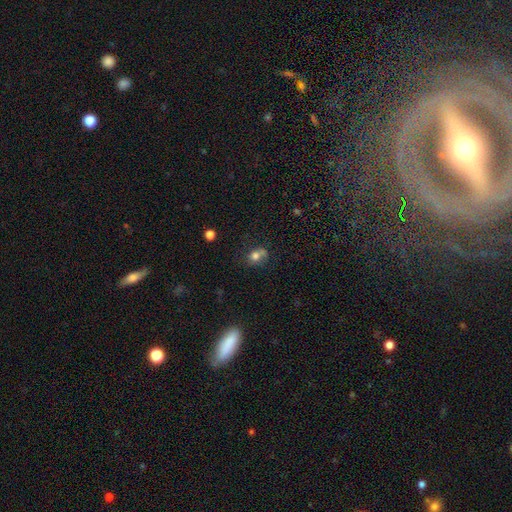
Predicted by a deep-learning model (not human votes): The model was most divided on "merging": none: 46%, merger: 23%, minor disturbance: 21%, major disturbance: 10%. More confident: smooth or featured — smooth (73%); how rounded — round (62%).